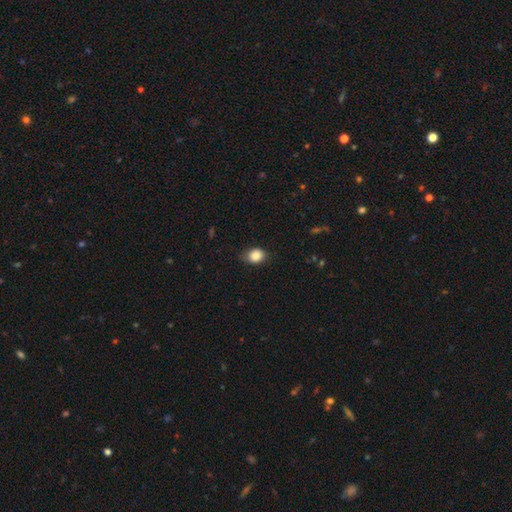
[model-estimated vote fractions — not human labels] Smooth or featured? Predicted: smooth (p=0.86). How rounded? Predicted: in between (p=0.50). Merging? Predicted: none (p=0.74).